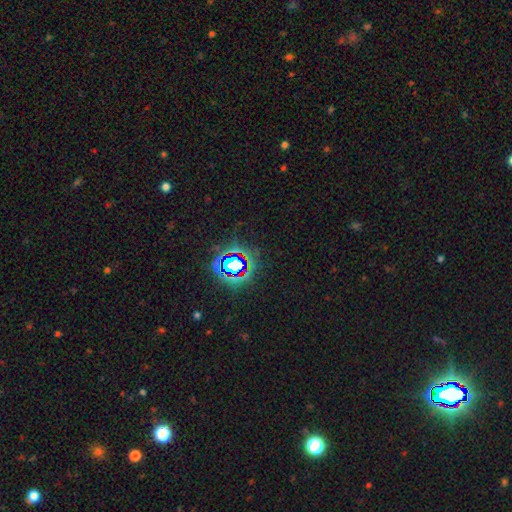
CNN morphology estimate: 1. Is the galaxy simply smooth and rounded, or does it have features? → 77% star or artifact, 15% smooth, 8% featured or disk.